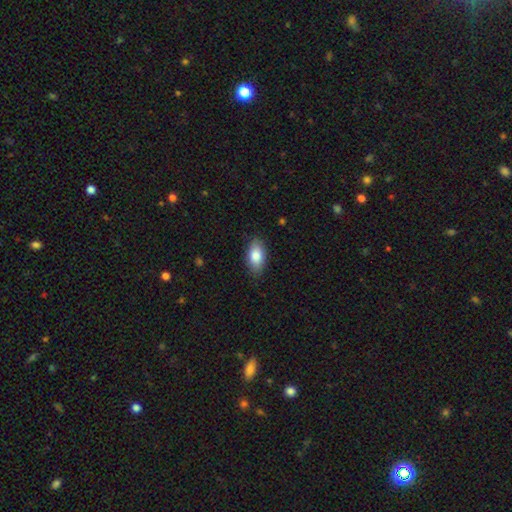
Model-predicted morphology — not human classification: smooth_or_featured: smooth (p=0.82) [alt: featured or disk p=0.11]
how_rounded: in between (p=0.92) [alt: round p=0.05]
merging: none (p=0.83) [alt: minor disturbance p=0.14]